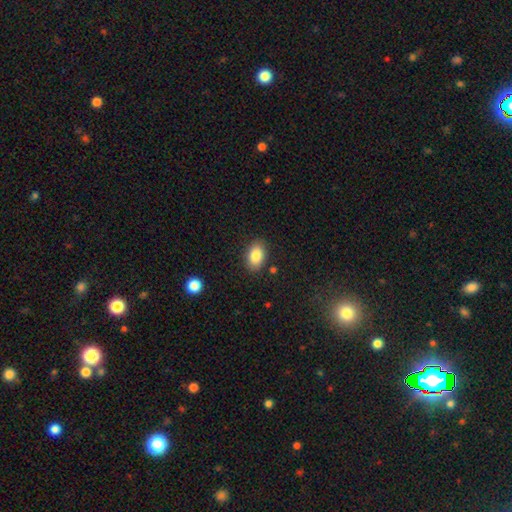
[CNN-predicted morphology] smooth_or_featured: smooth (p=0.85) [alt: star or artifact p=0.08]
how_rounded: in between (p=0.86) [alt: round p=0.12]
merging: none (p=0.86) [alt: minor disturbance p=0.10]